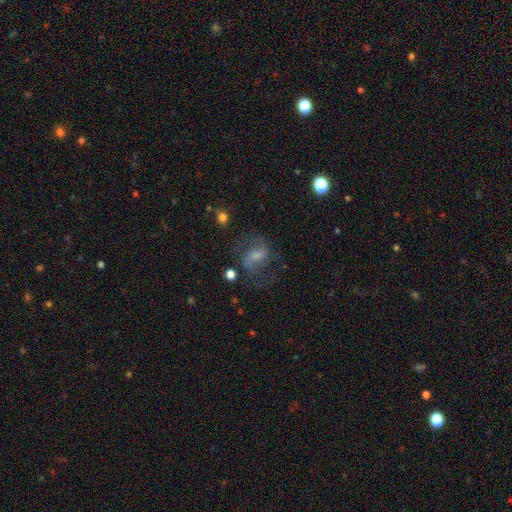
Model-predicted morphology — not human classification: Smooth or featured? featured or disk (63%)
Edge-on disk? no (96%)
Bar? weak (50%)
Spiral arms? yes (89%)
Spiral winding? medium (51%)
Spiral arm count? 2 (85%)
Bulge size? small (37%)
Merging? none (66%)